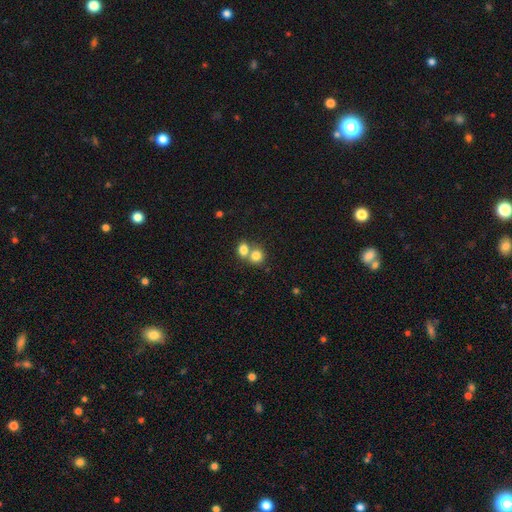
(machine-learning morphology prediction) smooth_or_featured: smooth (p=0.80) [alt: star or artifact p=0.10]
how_rounded: round (p=0.72) [alt: in between p=0.27]
merging: merger (p=0.56) [alt: none p=0.36]